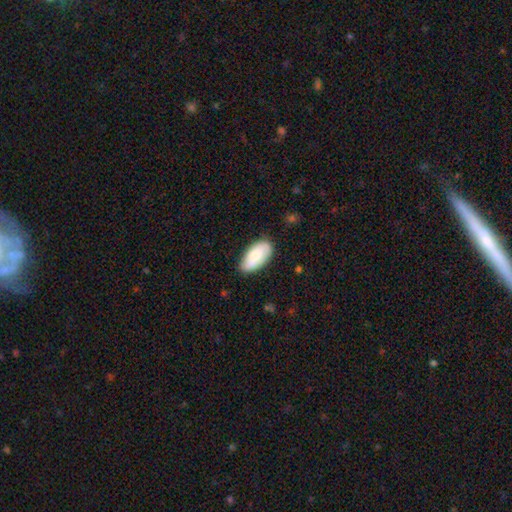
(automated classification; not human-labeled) This is likely a smooth galaxy (77%). How rounded: clearly in between (94%). Merging: likely none (77%).